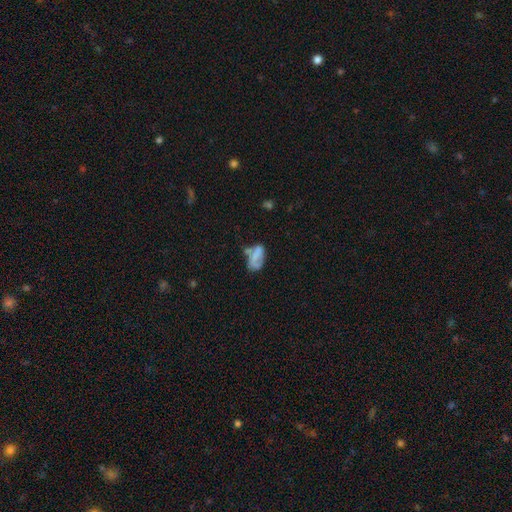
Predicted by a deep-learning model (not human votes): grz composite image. It shows a smooth galaxy with no disk features (55%) that is in between round and cigar-shaped (89%). Merging: none (35%).